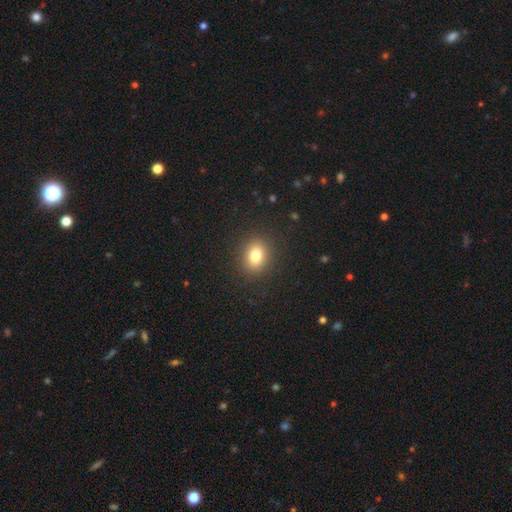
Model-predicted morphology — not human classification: smooth_or_featured: smooth (p=0.79) [alt: star or artifact p=0.12]
how_rounded: round (p=0.57) [alt: in between p=0.42]
merging: none (p=0.89) [alt: minor disturbance p=0.07]